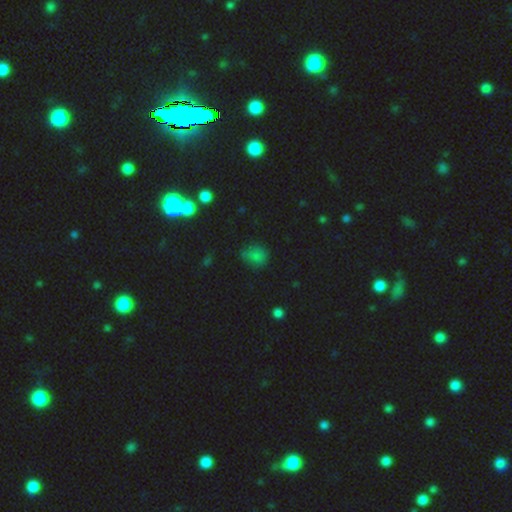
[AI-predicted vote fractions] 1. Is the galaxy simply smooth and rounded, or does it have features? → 67% smooth, 24% star or artifact, 9% featured or disk.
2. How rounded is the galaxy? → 51% round, 47% in between, 2% cigar-shaped.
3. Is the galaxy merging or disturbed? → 59% none, 27% minor disturbance, 11% major disturbance, 3% merger.